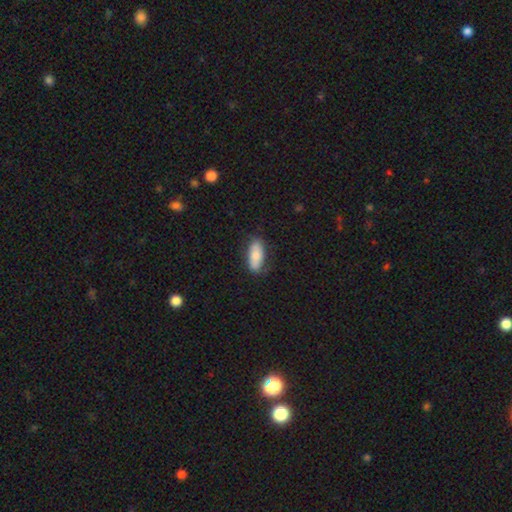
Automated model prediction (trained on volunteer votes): This is likely a smooth galaxy (76%). How rounded: clearly in between (82%). Merging: likely none (75%).